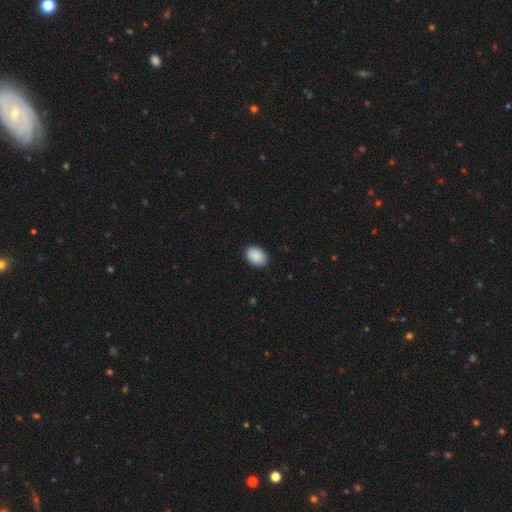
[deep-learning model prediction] The model was most divided on "how rounded": in between: 74%, round: 25%, cigar-shaped: 1%. More confident: smooth or featured — smooth (90%); merging — none (88%).